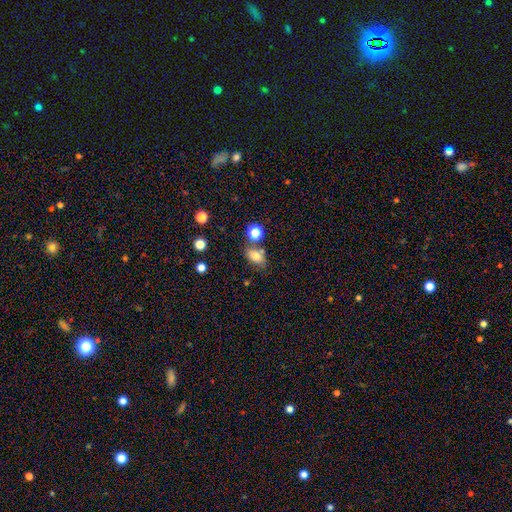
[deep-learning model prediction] A smooth galaxy with no disk features (78%) that is in between round and cigar-shaped (78%). Merging: none (66%).